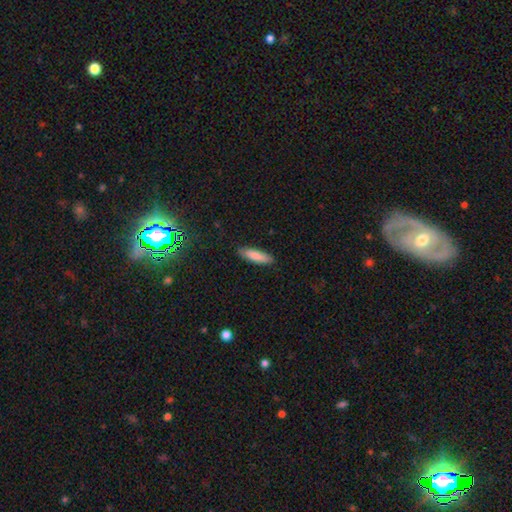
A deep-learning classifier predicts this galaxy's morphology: This appears to be a smooth galaxy with no disk features (85%) that is cigar-shaped (66%). Merging: none (88%).